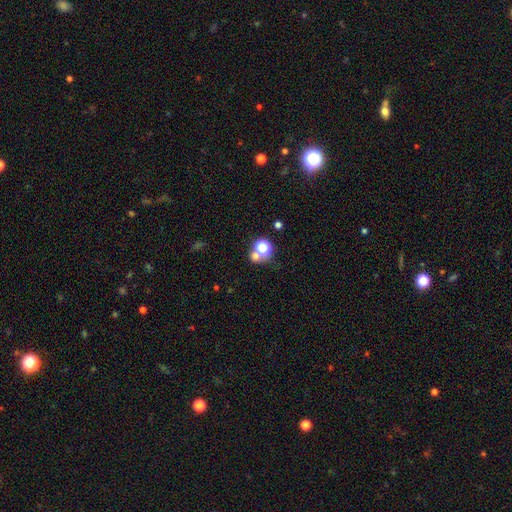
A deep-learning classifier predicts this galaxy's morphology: Smooth or featured?
  - smooth: 61% *
  - star or artifact: 28%
  - featured or disk: 11%
How rounded?
  - round: 79% *
  - in between: 20%
  - cigar-shaped: 1%
Merging?
  - none: 52% *
  - merger: 36%
  - minor disturbance: 7%
  - major disturbance: 5%